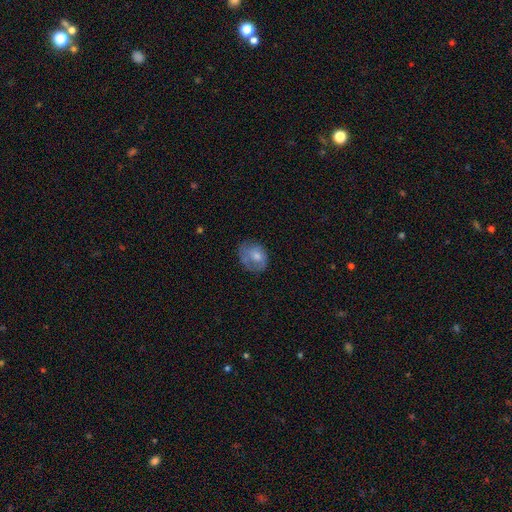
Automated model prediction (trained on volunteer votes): smooth-or-featured: smooth: 65% | featured or disk: 27% | star or artifact: 8%
  how-rounded: in between: 56% | round: 43% | cigar-shaped: 1%
  merging: none: 50% | minor disturbance: 30% | major disturbance: 18% | merger: 2%